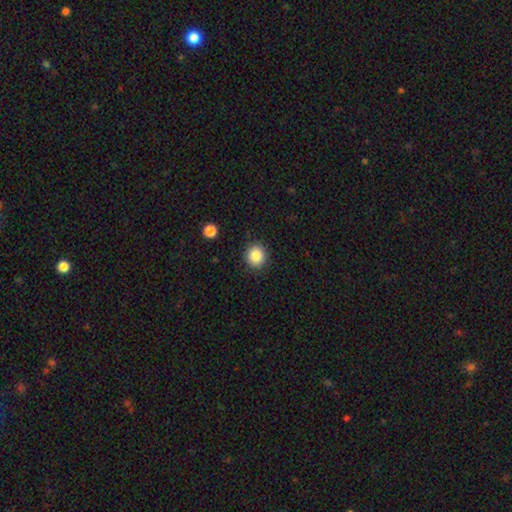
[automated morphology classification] Smooth or featured: smooth — 86% (star or artifact — 10%)
How rounded: round — 86% (in between — 13%)
Merging: none — 90% (minor disturbance — 7%)